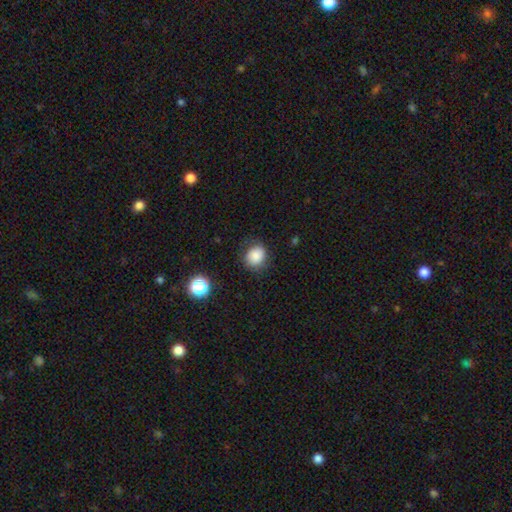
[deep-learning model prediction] Morphology: type=smooth (84%); roundness=round (69%); merging=none (76%).